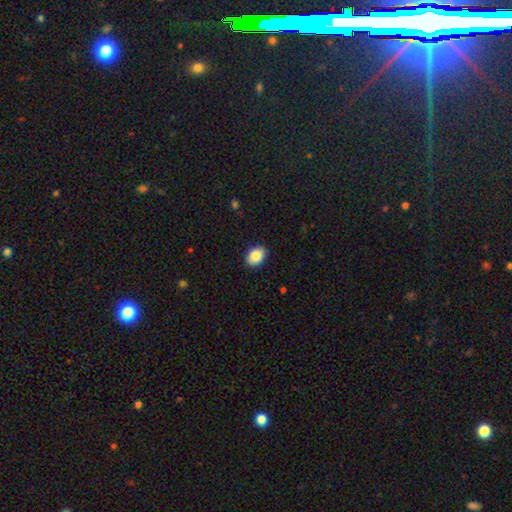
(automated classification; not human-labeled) A smooth galaxy with no disk features (87%) that is in between round and cigar-shaped (73%). Merging: none (89%).